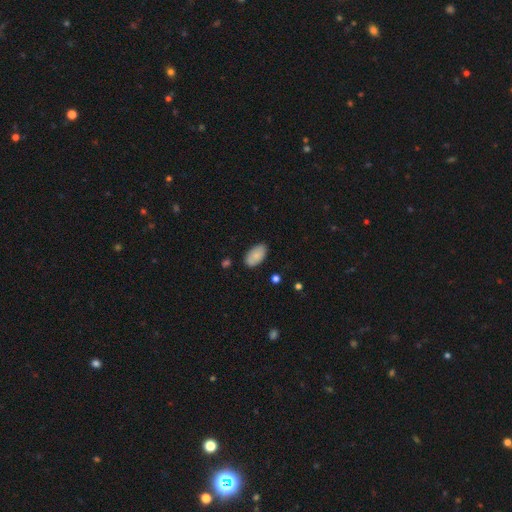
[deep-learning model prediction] A smooth galaxy with no disk features (86%) that is in between round and cigar-shaped (95%). Merging: none (83%).